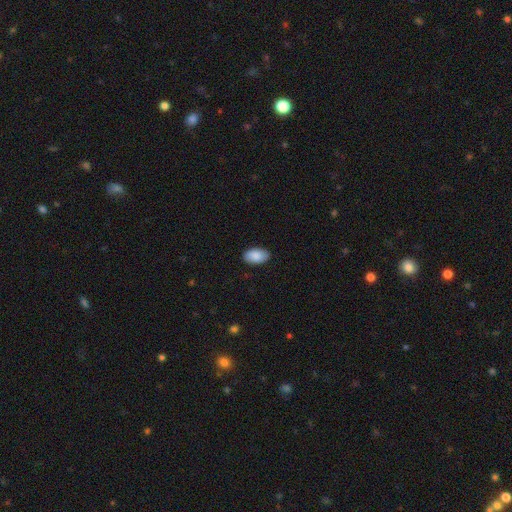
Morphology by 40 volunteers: A smooth galaxy with no disk features (88%) that is in between round and cigar-shaped (97%).

Vote fractions:
- Smooth or featured? smooth: 88% / star or artifact: 12% / featured or disk: 0%
- How rounded? in between: 97% / round: 3% / cigar-shaped: 0%
- Merging? none: 94% / minor disturbance: 6% / major disturbance: 0% / merger: 0%